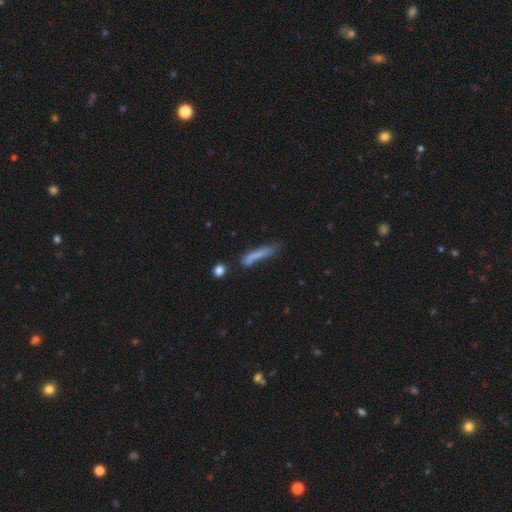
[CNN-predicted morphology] smooth 71%, featured or disk 19%, star or artifact 9%. Down the decision tree: how rounded — cigar-shaped (87%); merging — none (53%).